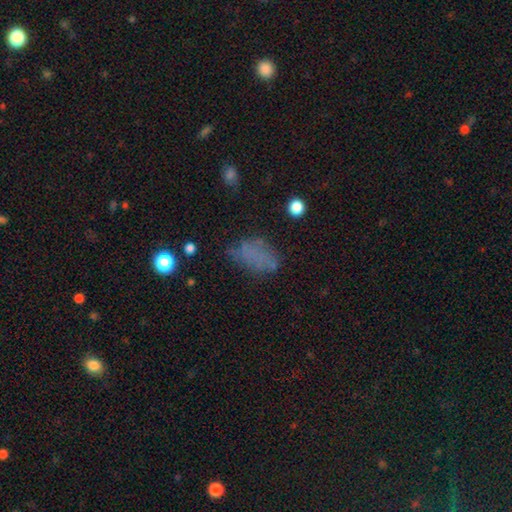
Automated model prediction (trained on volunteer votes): Overall: smooth (61%). How rounded: in between (84%). Merging: none (53%; minor disturbance 25%).